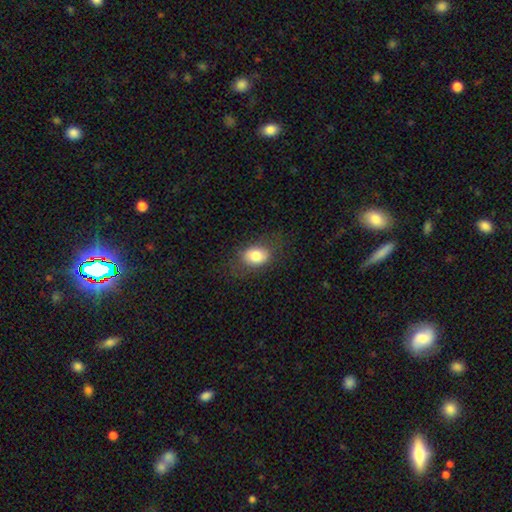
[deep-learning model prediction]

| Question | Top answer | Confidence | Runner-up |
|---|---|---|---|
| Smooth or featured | smooth | 80% | featured or disk (12%) |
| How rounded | in between | 72% | round (27%) |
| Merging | none | 75% | minor disturbance (16%) |